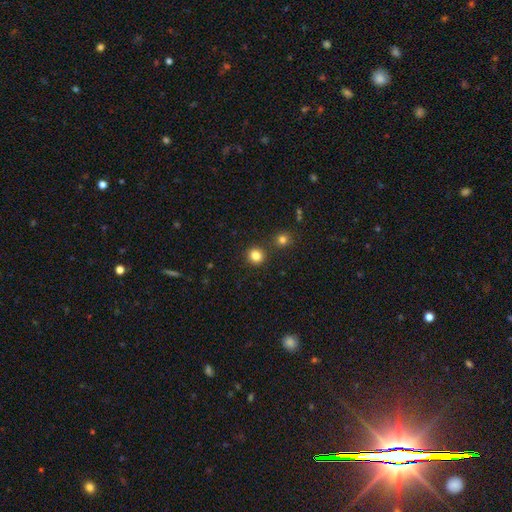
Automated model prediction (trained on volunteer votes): smooth_or_featured: smooth (p=0.83) [alt: star or artifact p=0.12]
how_rounded: round (p=0.90) [alt: in between p=0.09]
merging: none (p=0.87) [alt: minor disturbance p=0.06]